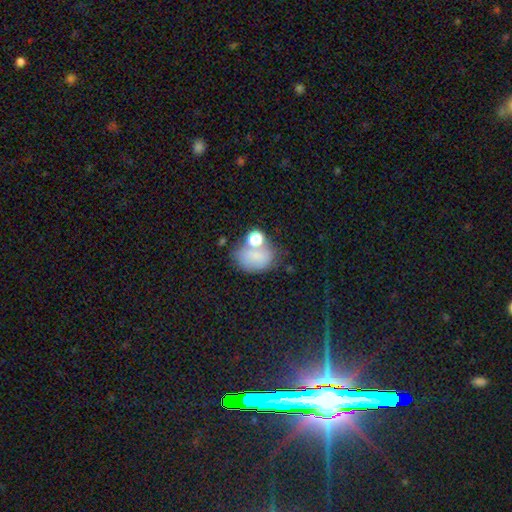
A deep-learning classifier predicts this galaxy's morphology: smooth-or-featured: smooth: 70% | star or artifact: 16% | featured or disk: 14%
  how-rounded: in between: 62% | round: 37% | cigar-shaped: 1%
  merging: none: 48% | merger: 22% | minor disturbance: 19% | major disturbance: 11%